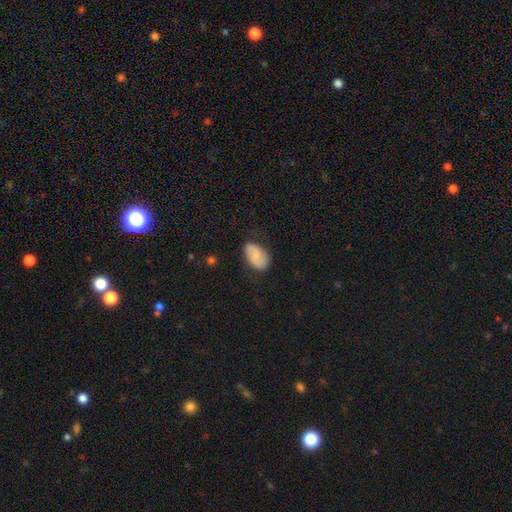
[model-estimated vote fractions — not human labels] Q: Smooth or featured?
A: smooth (75%); runner-up: featured or disk (19%)
Q: How rounded?
A: in between (93%); runner-up: round (5%)
Q: Merging?
A: none (76%); runner-up: minor disturbance (18%)